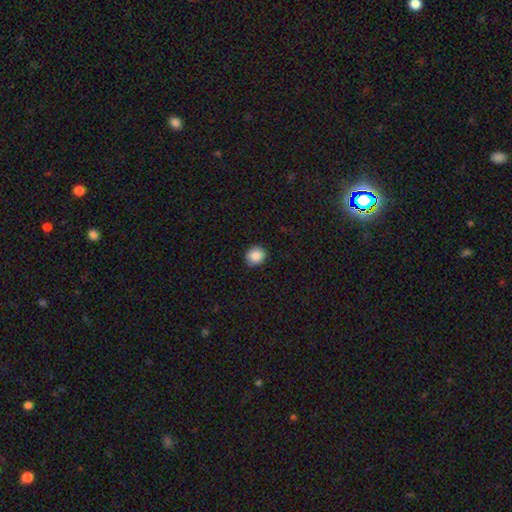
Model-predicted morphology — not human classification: A smooth galaxy with no disk features (88%) that is round (83%).

Vote fractions:
- Smooth or featured? smooth: 88% / star or artifact: 9% / featured or disk: 4%
- How rounded? round: 83% / in between: 16% / cigar-shaped: 1%
- Merging? none: 86% / minor disturbance: 11% / major disturbance: 2% / merger: 1%